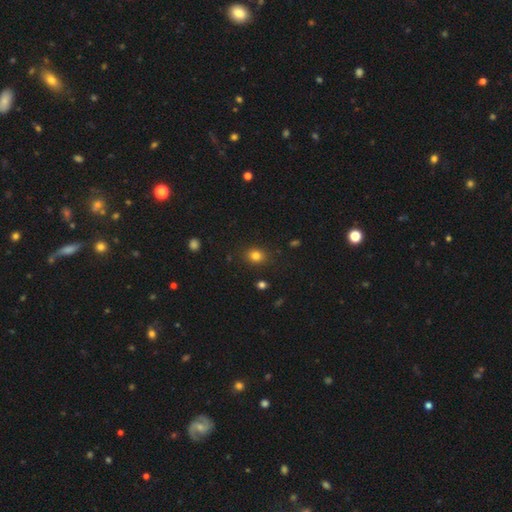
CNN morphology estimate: smooth_or_featured: smooth (p=0.81) [alt: star or artifact p=0.13]
how_rounded: round (p=0.62) [alt: in between p=0.37]
merging: none (p=0.86) [alt: minor disturbance p=0.09]